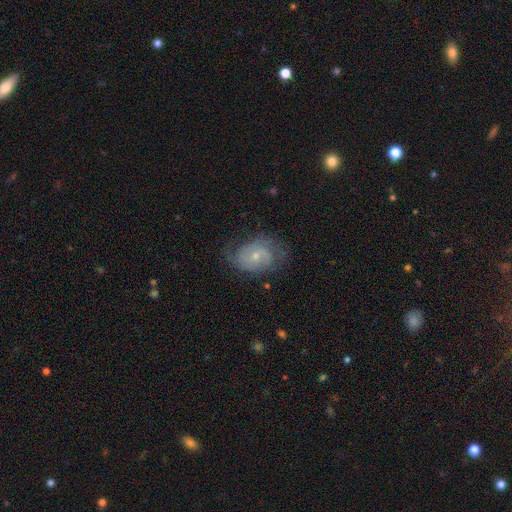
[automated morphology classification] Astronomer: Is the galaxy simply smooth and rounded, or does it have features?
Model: featured or disk — 69%.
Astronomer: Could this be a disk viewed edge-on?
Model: no — 97%.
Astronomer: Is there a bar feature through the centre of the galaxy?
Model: no — 63%.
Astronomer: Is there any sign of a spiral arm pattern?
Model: yes — 88%.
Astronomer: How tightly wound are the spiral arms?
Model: medium — 42% (runner-up: tight, 39%).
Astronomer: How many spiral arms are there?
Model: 2 — 57%.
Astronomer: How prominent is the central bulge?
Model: small — 64%.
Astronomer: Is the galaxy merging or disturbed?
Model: none — 63%.